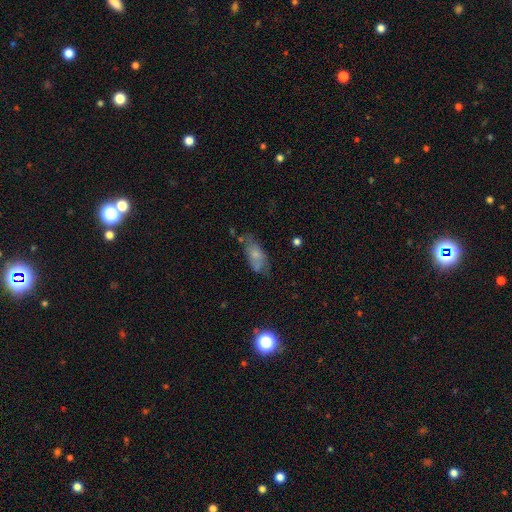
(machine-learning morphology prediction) Smooth or featured?
  - smooth: 63% *
  - featured or disk: 28%
  - star or artifact: 10%
How rounded?
  - in between: 81% *
  - cigar-shaped: 15%
  - round: 4%
Merging?
  - none: 46% *
  - minor disturbance: 31%
  - major disturbance: 15%
  - merger: 8%